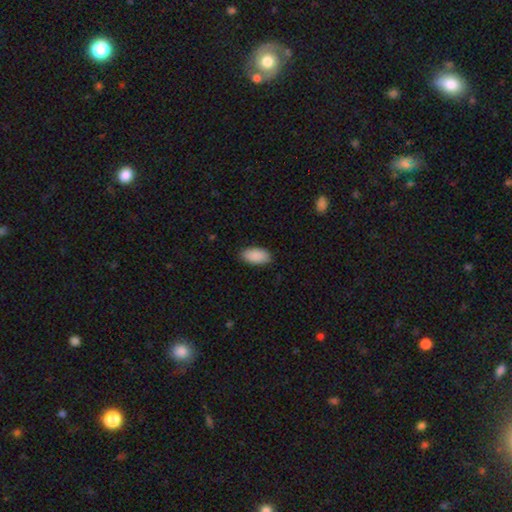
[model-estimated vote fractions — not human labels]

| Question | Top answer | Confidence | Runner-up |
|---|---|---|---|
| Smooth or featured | smooth | 91% | star or artifact (6%) |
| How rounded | in between | 94% | cigar-shaped (3%) |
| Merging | none | 87% | minor disturbance (10%) |